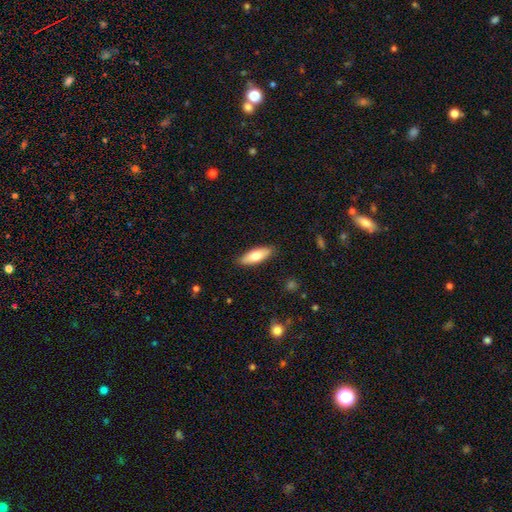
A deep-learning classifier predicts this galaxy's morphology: smooth_or_featured: smooth (p=0.75) [alt: featured or disk p=0.19]
how_rounded: in between (p=0.63) [alt: cigar-shaped p=0.35]
merging: none (p=0.88) [alt: minor disturbance p=0.09]